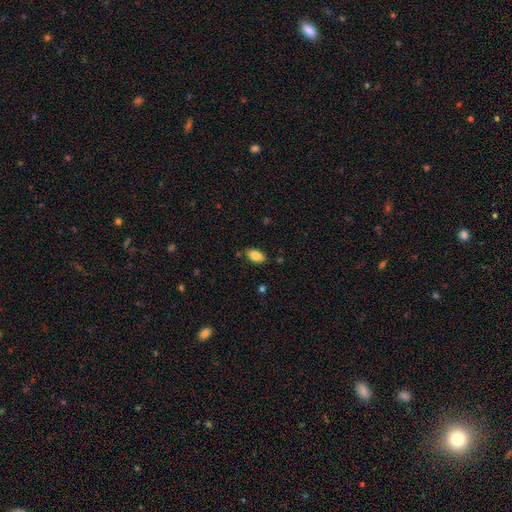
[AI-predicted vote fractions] Smooth or featured? Predicted: smooth (p=0.85). How rounded? Predicted: in between (p=0.93). Merging? Predicted: none (p=0.84).